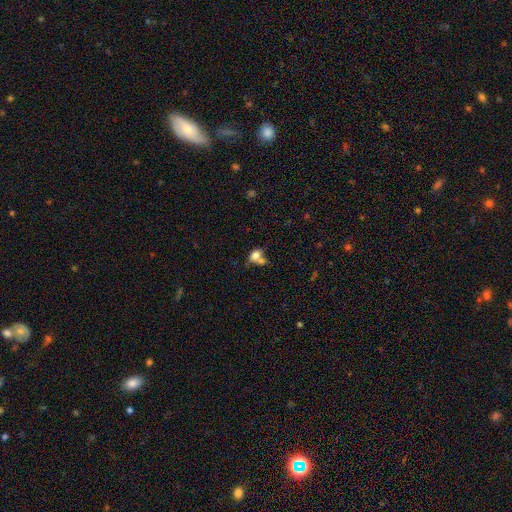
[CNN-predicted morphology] Q: Smooth or featured?
A: smooth (75%); runner-up: featured or disk (14%)
Q: How rounded?
A: in between (65%); runner-up: round (33%)
Q: Merging?
A: merger (48%); runner-up: none (32%)